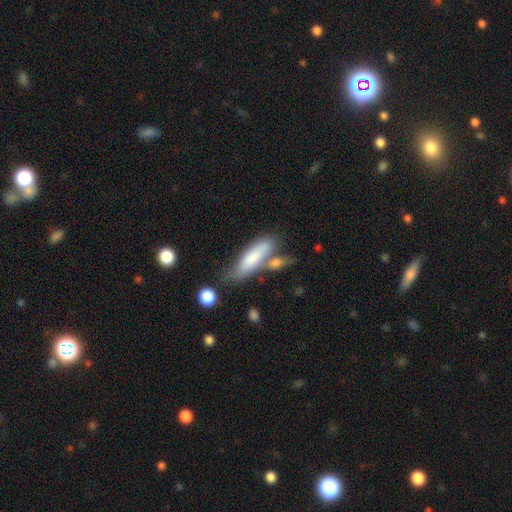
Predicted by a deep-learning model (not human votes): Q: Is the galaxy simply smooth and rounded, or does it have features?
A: smooth — 72%.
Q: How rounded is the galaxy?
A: cigar-shaped — 55%.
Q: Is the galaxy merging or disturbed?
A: none — 48%.